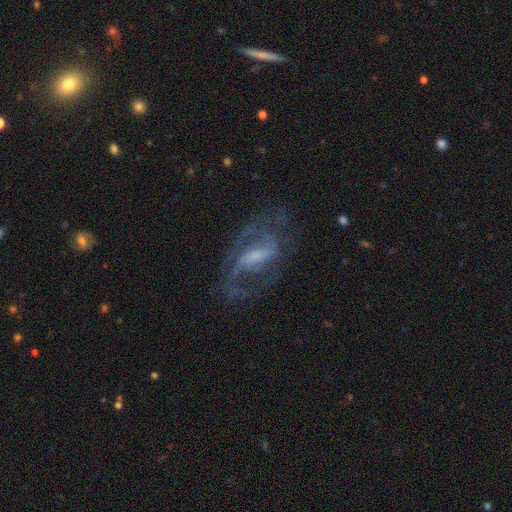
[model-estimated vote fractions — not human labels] smooth-or-featured: featured or disk: 83% | smooth: 10% | star or artifact: 7%
  disk-edge-on: no: 95% | yes: 5%
    bar: weak: 44% | strong: 38% | no: 18%
    has-spiral-arms: yes: 91% | no: 9%
      spiral-winding: medium: 53% | loose: 27% | tight: 20%
      spiral-arm-count: 2: 74% | can't tell: 11% | 3: 6% | 1: 5% | 4: 2% | more than 4: 2%
    bulge-size: small: 36% | moderate: 30% | none: 22% | large: 10% | dominant: 2%
  merging: none: 61% | major disturbance: 20% | minor disturbance: 17% | merger: 2%